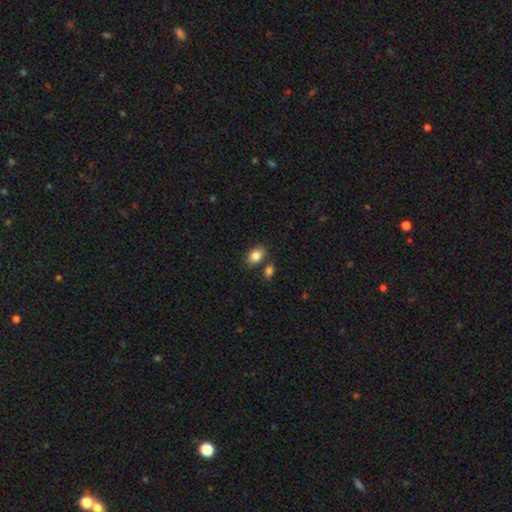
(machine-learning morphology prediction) Smooth or featured? smooth (85%)
How rounded? in between (82%)
Merging? none (74%)